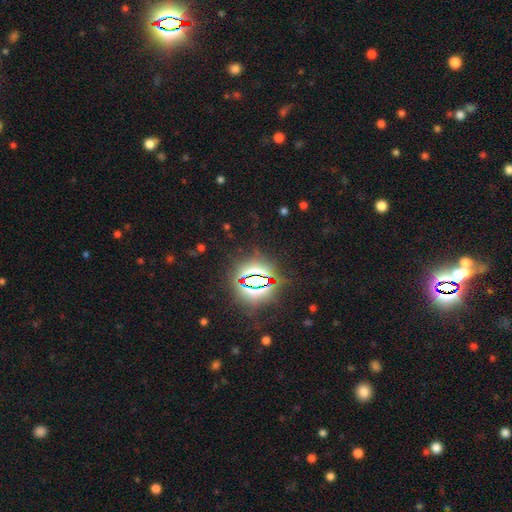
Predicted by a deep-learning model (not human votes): Smooth or featured?
  - star or artifact: 83% *
  - smooth: 10%
  - featured or disk: 7%